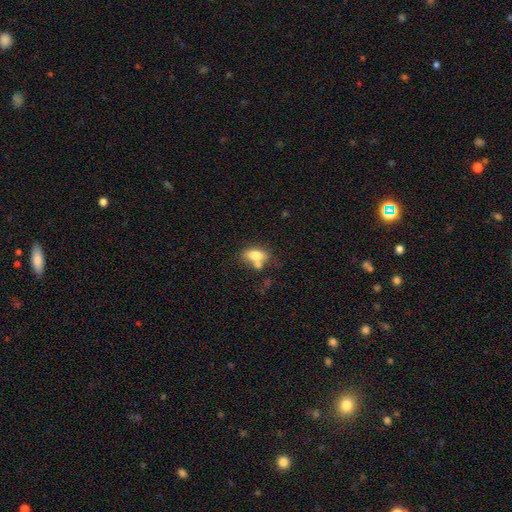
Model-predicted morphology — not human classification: Smooth or featured?
  - smooth: 73% *
  - featured or disk: 18%
  - star or artifact: 9%
How rounded?
  - in between: 83% *
  - round: 9%
  - cigar-shaped: 9%
Merging?
  - none: 43% *
  - merger: 33%
  - minor disturbance: 16%
  - major disturbance: 7%